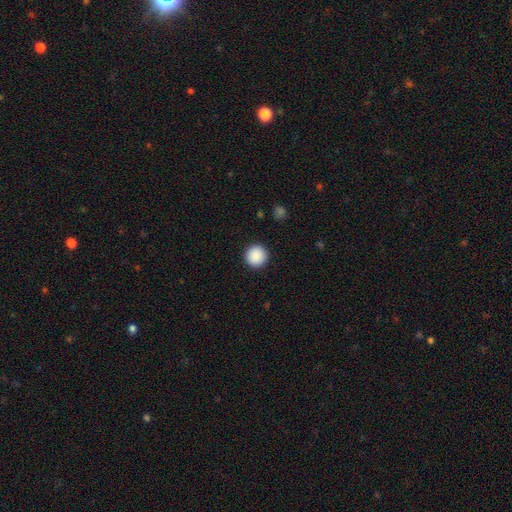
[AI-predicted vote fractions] Smooth or featured? smooth (89%)
How rounded? round (96%)
Merging? none (93%)